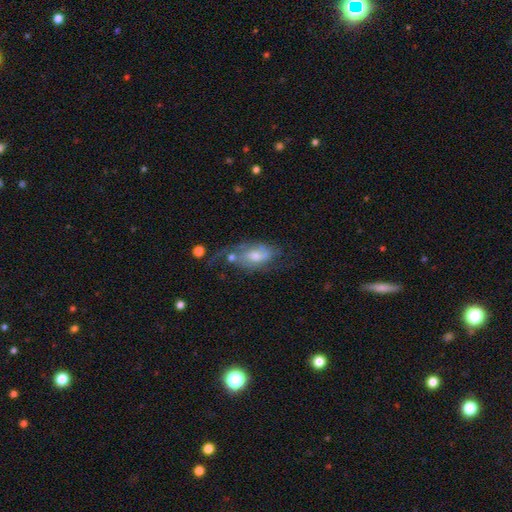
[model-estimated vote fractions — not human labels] This is likely a featured or disk galaxy (63%). It is clearly not viewed edge-on (90%). Bar: possibly no (56%). Spiral arm pattern: likely yes (74%). Central bulge: possibly moderate (58%). Merging: marginally none (38%).